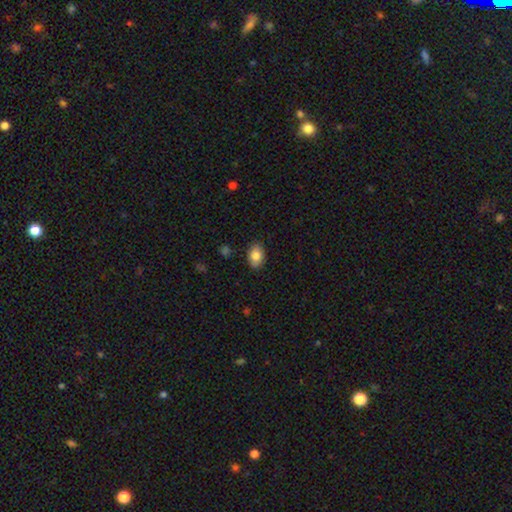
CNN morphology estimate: The model was most divided on "how rounded": in between: 87%, round: 12%, cigar-shaped: 1%. More confident: merging — none (88%); smooth or featured — smooth (84%).